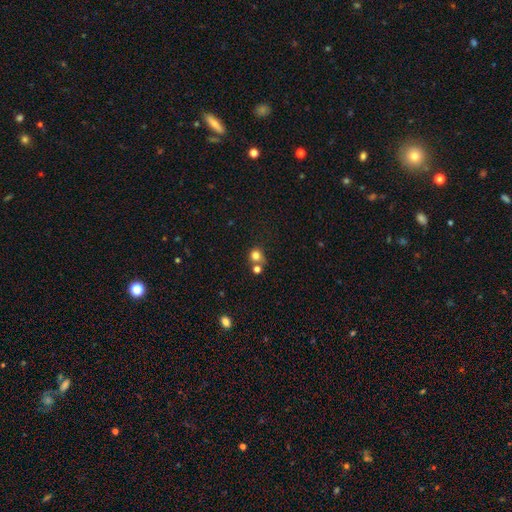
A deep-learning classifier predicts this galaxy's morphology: smooth_or_featured: smooth (p=0.80) [alt: star or artifact p=0.13]
how_rounded: round (p=0.85) [alt: in between p=0.14]
merging: none (p=0.55) [alt: merger p=0.28]